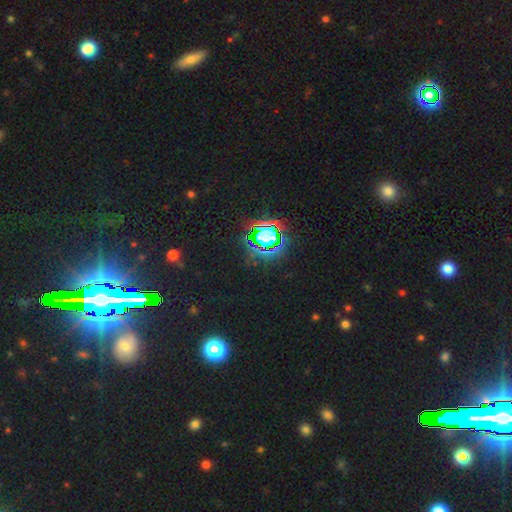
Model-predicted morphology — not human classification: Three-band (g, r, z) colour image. It shows a star or artifact, not a galaxy (82%).